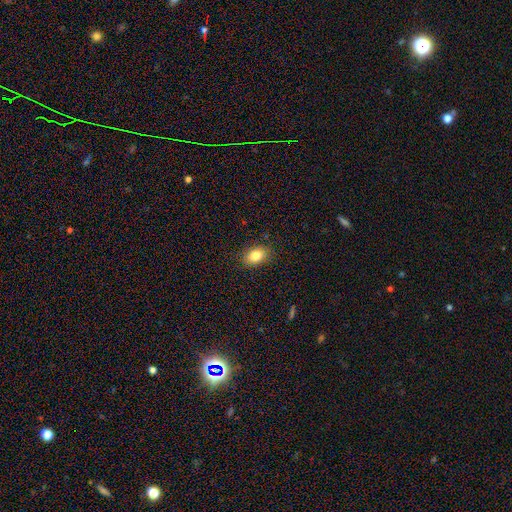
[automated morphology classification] Smooth or featured? Predicted: smooth (p=0.83). How rounded? Predicted: in between (p=0.81). Merging? Predicted: none (p=0.86).